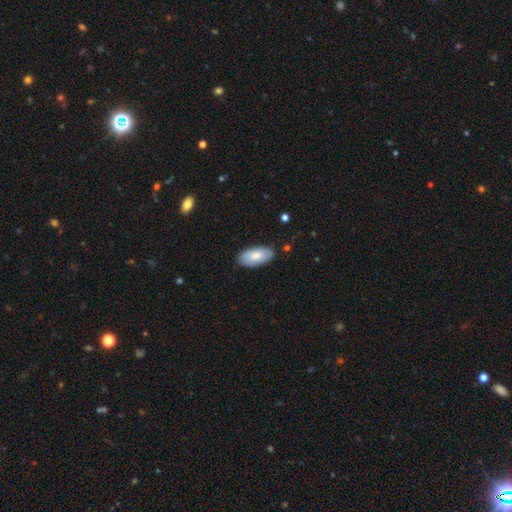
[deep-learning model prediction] Smooth or featured? Predicted: smooth (p=0.82). How rounded? Predicted: in between (p=0.93). Merging? Predicted: none (p=0.86).